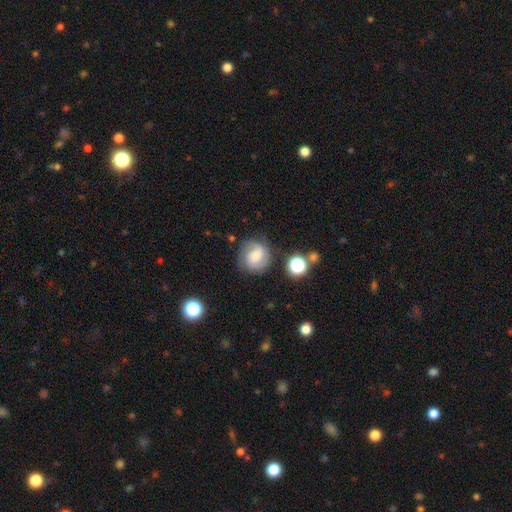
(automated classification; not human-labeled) A featured or disk galaxy (46%). Merging: none (73%).